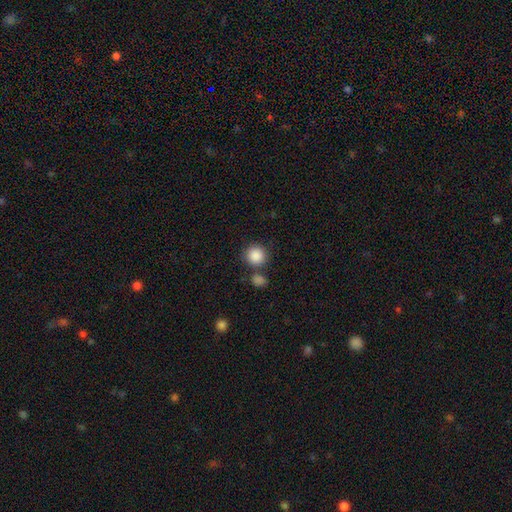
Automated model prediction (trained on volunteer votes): Smooth or featured?
  - smooth: 88% *
  - star or artifact: 8%
  - featured or disk: 4%
How rounded?
  - round: 92% *
  - in between: 7%
  - cigar-shaped: 1%
Merging?
  - none: 74% *
  - merger: 14%
  - minor disturbance: 9%
  - major disturbance: 3%